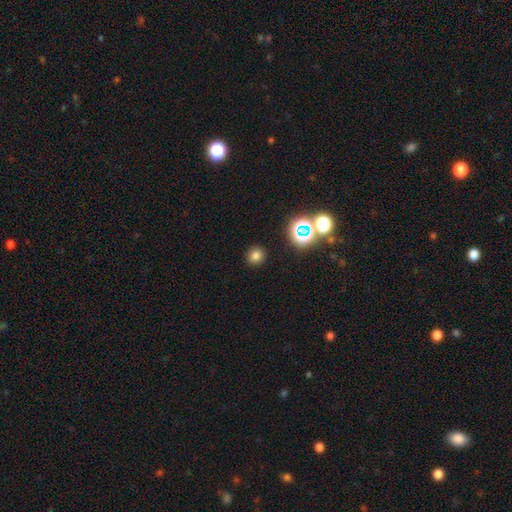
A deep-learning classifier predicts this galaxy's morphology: This is likely a smooth galaxy (75%). How rounded: clearly round (90%). Merging: clearly none (90%).